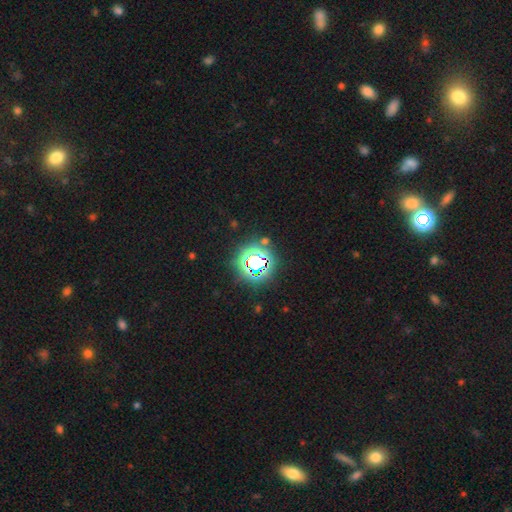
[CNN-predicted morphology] type=star or artifact (77%).